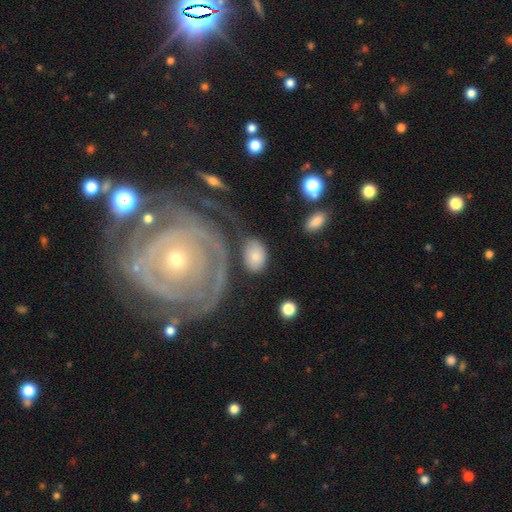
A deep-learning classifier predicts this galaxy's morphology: A smooth galaxy with no disk features (75%) that is in between round and cigar-shaped (83%).

Vote fractions:
- Smooth or featured? smooth: 75% / featured or disk: 18% / star or artifact: 7%
- How rounded? in between: 83% / round: 16% / cigar-shaped: 2%
- Merging? none: 64% / minor disturbance: 19% / major disturbance: 9% / merger: 8%